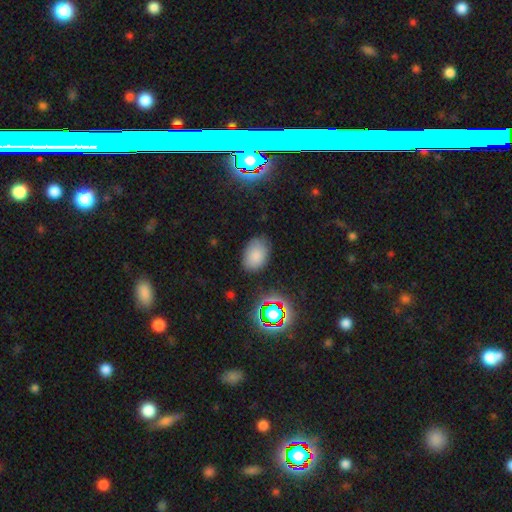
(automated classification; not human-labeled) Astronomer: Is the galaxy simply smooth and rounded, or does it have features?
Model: smooth — 80%.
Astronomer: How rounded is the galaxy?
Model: in between — 84%.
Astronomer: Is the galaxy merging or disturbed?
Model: none — 77%.